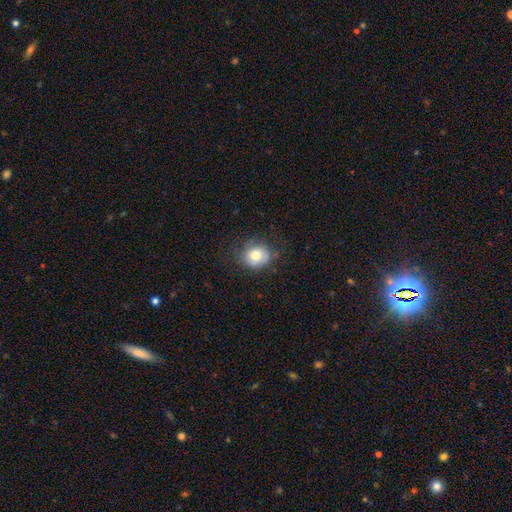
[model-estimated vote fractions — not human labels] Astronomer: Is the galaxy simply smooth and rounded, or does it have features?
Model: smooth — 75%.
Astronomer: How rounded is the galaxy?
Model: round — 78%.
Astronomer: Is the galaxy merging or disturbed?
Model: none — 70%.